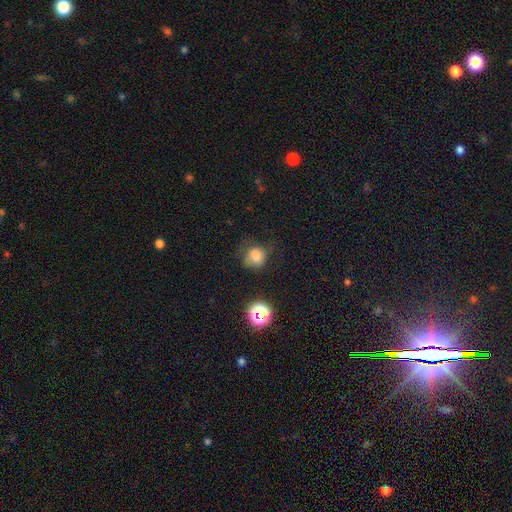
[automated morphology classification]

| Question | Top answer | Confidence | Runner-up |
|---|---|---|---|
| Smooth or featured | smooth | 74% | star or artifact (15%) |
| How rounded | round | 69% | in between (30%) |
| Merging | none | 50% | minor disturbance (28%) |